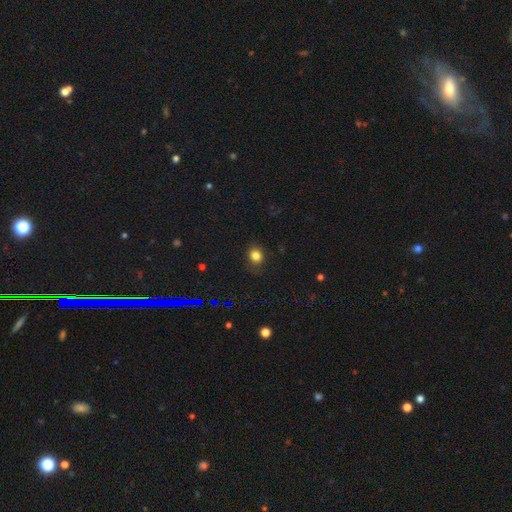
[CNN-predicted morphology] Overall: smooth (81%). How rounded: round (66%; in between 33%). Merging: none (80%).